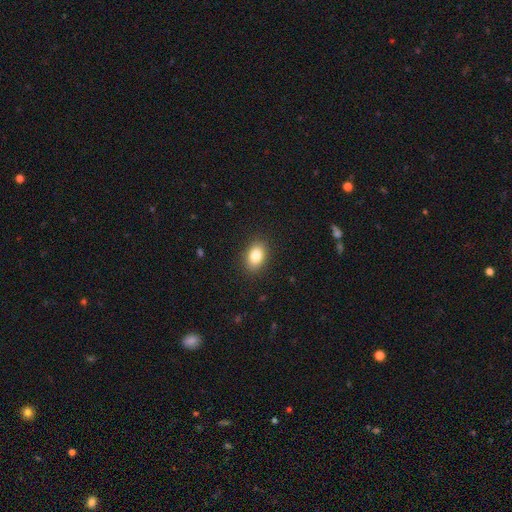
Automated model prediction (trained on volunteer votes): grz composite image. It shows a smooth galaxy with no disk features (83%) that is in between round and cigar-shaped (81%). Merging: none (88%).